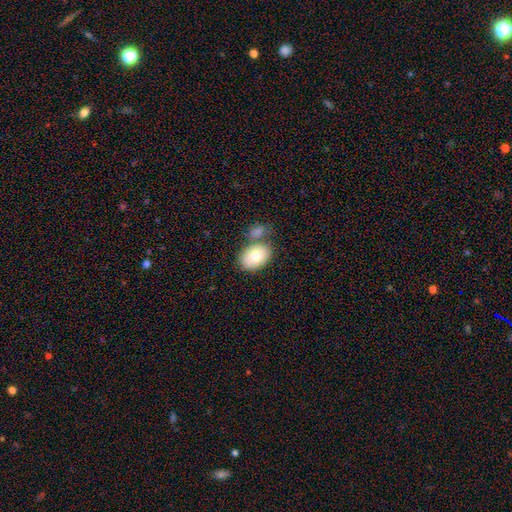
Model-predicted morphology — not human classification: smooth-or-featured: smooth: 77% | featured or disk: 16% | star or artifact: 7%
  how-rounded: in between: 81% | round: 17% | cigar-shaped: 1%
  merging: none: 57% | merger: 23% | minor disturbance: 15% | major disturbance: 4%